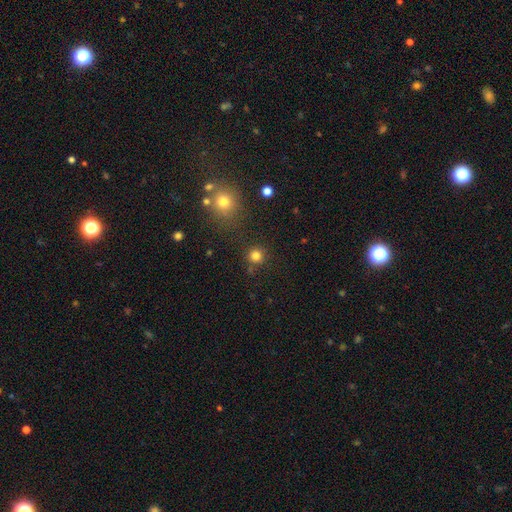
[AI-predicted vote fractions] A smooth galaxy with no disk features (80%) that is round (94%). Merging: none (84%).